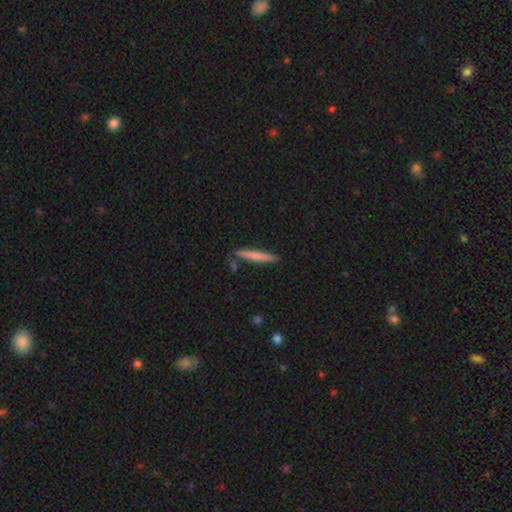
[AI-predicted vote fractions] Overall: smooth (73%). How rounded: cigar-shaped (95%). Merging: none (87%).